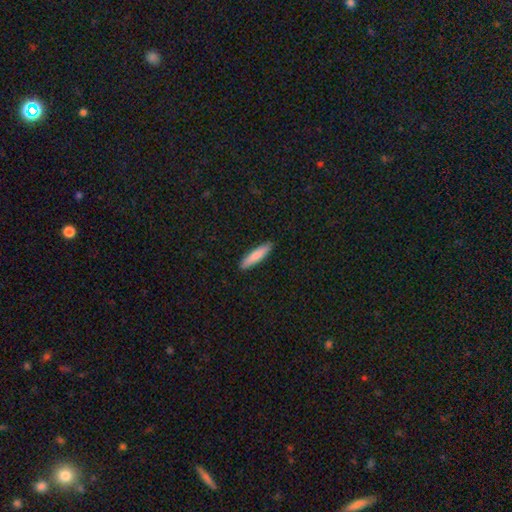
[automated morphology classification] smooth-or-featured: smooth: 84% | featured or disk: 11% | star or artifact: 5%
  how-rounded: cigar-shaped: 83% | in between: 16% | round: 1%
  merging: none: 91% | minor disturbance: 7% | major disturbance: 1% | merger: 1%